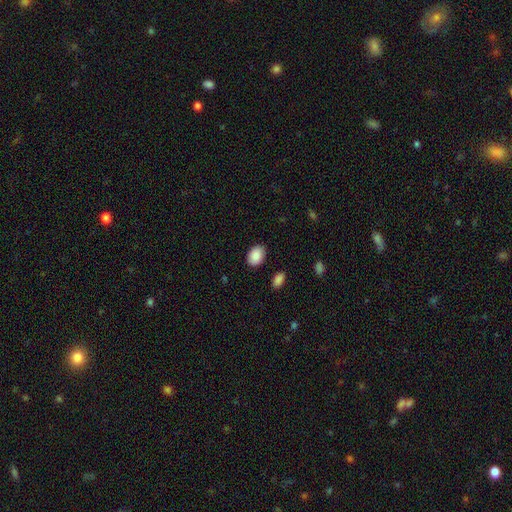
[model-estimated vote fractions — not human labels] A smooth galaxy with no disk features (89%) that is in between round and cigar-shaped (78%). Merging: none (87%).